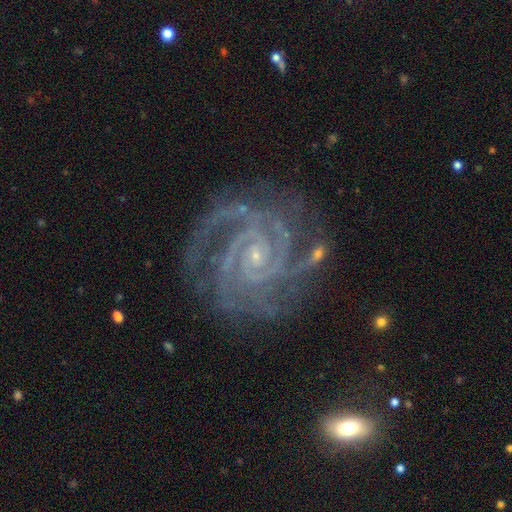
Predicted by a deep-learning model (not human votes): smooth-or-featured: featured or disk: 92% | star or artifact: 5% | smooth: 2%
  disk-edge-on: no: 98% | yes: 2%
    bar: no: 56% | weak: 30% | strong: 14%
    has-spiral-arms: yes: 99% | no: 1%
      spiral-winding: tight: 76% | medium: 22% | loose: 2%
      spiral-arm-count: 2: 29% | 3: 28% | 4: 19% | can't tell: 10% | more than 4: 8% | 1: 7%
    bulge-size: small: 84% | moderate: 11% | none: 3% | large: 1% | dominant: 1%
  merging: none: 73% | minor disturbance: 17% | major disturbance: 7% | merger: 3%